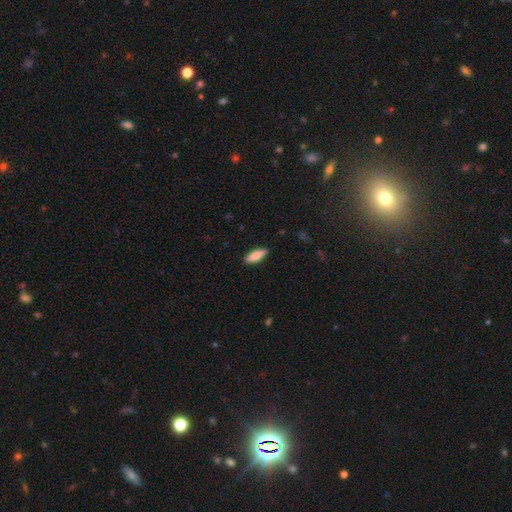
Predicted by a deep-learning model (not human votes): The model was most divided on "how rounded": in between: 57%, cigar-shaped: 41%, round: 2%. More confident: merging — none (87%); smooth or featured — smooth (81%).